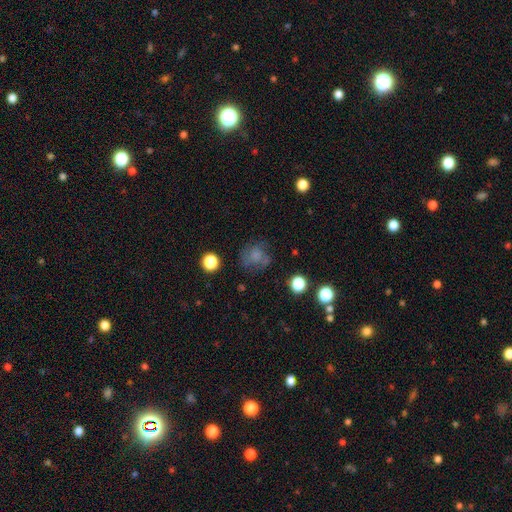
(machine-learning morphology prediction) smooth_or_featured: smooth (p=0.64) [alt: featured or disk p=0.20]
how_rounded: round (p=0.75) [alt: in between p=0.24]
merging: none (p=0.56) [alt: minor disturbance p=0.22]